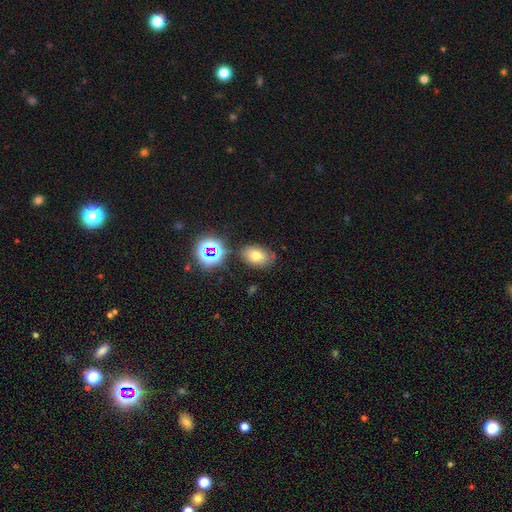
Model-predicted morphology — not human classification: Smooth or featured? smooth (68%)
How rounded? in between (82%)
Merging? none (75%)